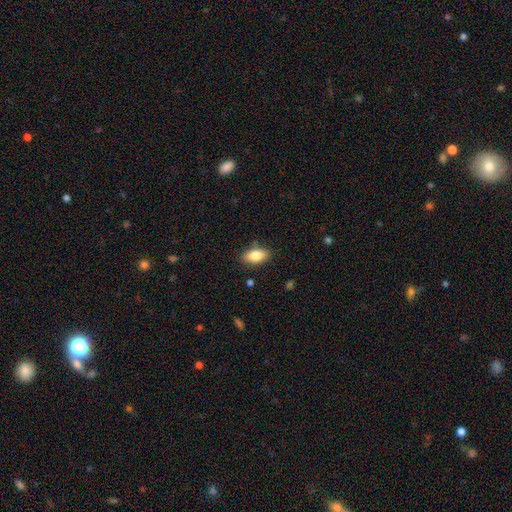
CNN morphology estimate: Smooth or featured?
  - smooth: 79% *
  - featured or disk: 13%
  - star or artifact: 7%
How rounded?
  - in between: 87% *
  - cigar-shaped: 9%
  - round: 4%
Merging?
  - none: 83% *
  - minor disturbance: 12%
  - major disturbance: 3%
  - merger: 2%